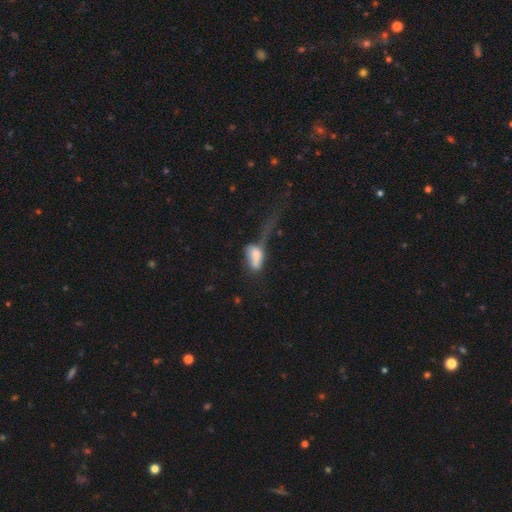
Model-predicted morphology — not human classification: This appears to be a smooth galaxy with no disk features (64%) that is in between round and cigar-shaped (82%). Merging: major disturbance (49%).